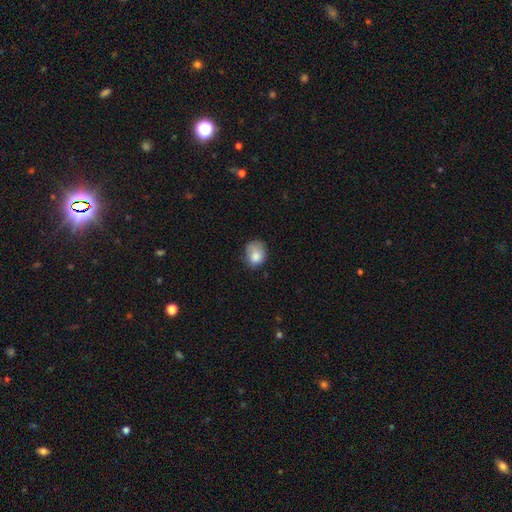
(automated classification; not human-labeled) smooth_or_featured: smooth (p=0.81) [alt: featured or disk p=0.10]
how_rounded: round (p=0.56) [alt: in between p=0.43]
merging: none (p=0.46) [alt: minor disturbance p=0.36]